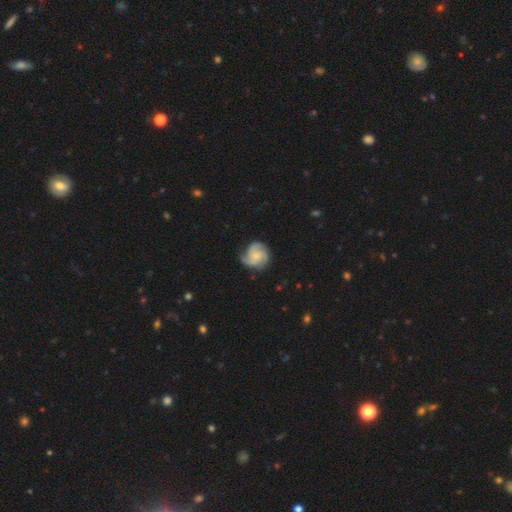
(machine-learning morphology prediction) The model was most divided on "spiral winding": medium: 45%, tight: 39%, loose: 16%. More confident: edge-on disk — no (98%); spiral arms — yes (96%); smooth or featured — featured or disk (74%); bar — no (73%); merging — none (66%); bulge size — small (63%); spiral arm count — 3 (59%).